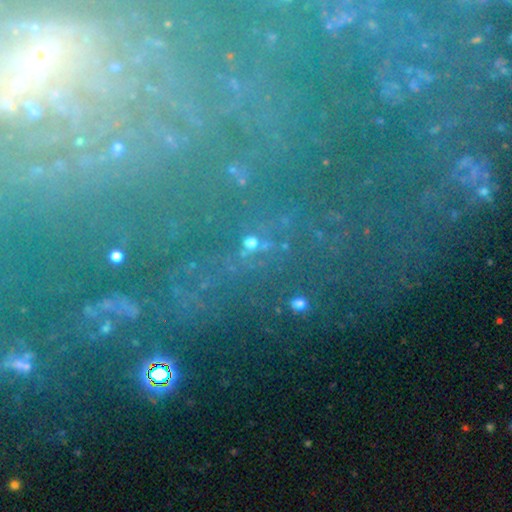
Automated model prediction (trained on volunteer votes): This appears to be a star or artifact, not a galaxy (51%).